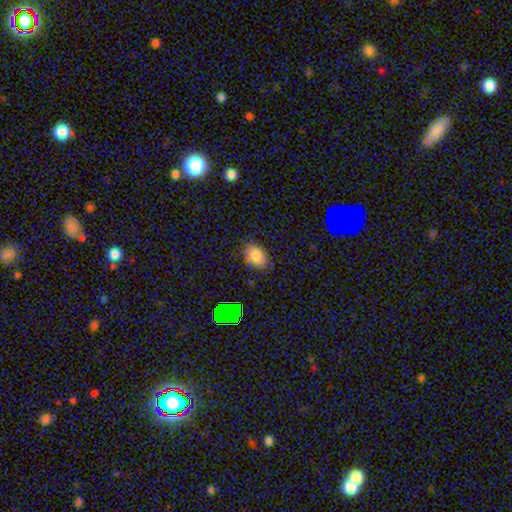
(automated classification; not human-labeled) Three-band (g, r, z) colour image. It shows a smooth galaxy with no disk features (78%) that is in between round and cigar-shaped (81%). Merging: none (80%).